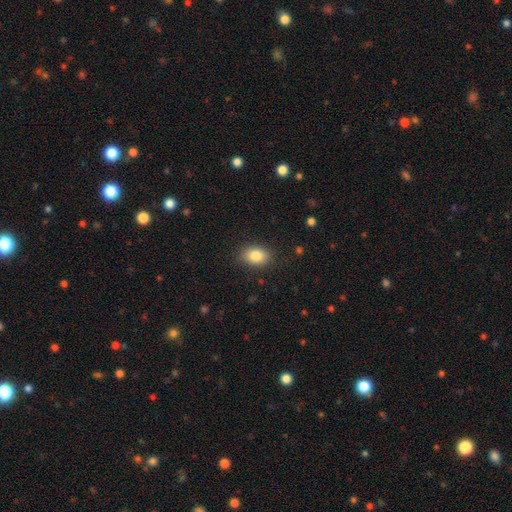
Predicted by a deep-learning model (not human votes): A smooth galaxy with no disk features (85%) that is in between round and cigar-shaped (78%).

Vote fractions:
- Smooth or featured? smooth: 85% / star or artifact: 8% / featured or disk: 7%
- How rounded? in between: 78% / round: 21% / cigar-shaped: 1%
- Merging? none: 87% / minor disturbance: 9% / major disturbance: 3% / merger: 1%